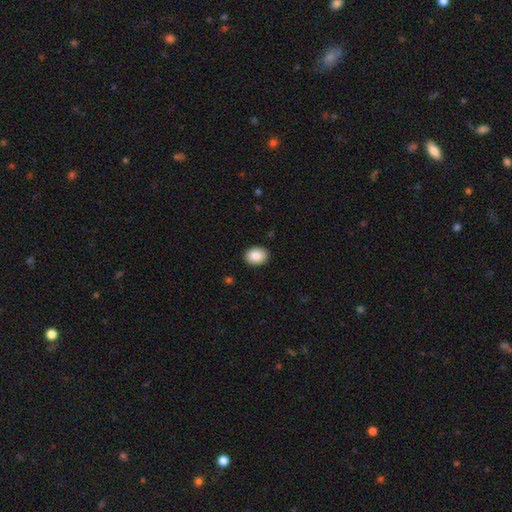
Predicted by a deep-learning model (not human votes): Overall: smooth (87%). How rounded: in between (58%; round 42%). Merging: none (90%).